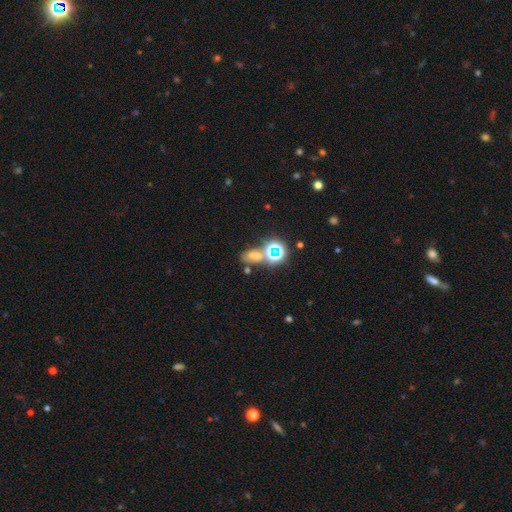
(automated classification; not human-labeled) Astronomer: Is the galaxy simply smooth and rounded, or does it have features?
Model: star or artifact — 43% (runner-up: smooth, 42%).